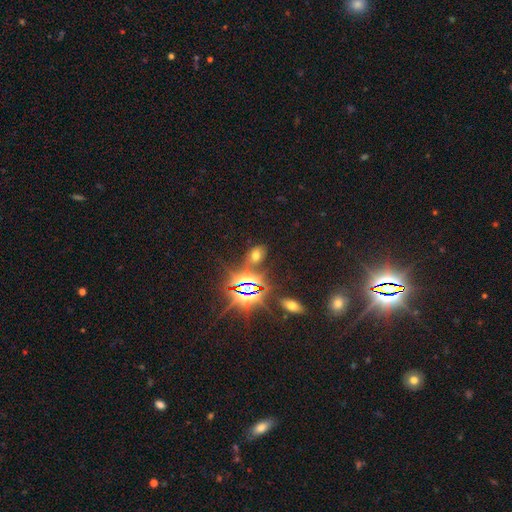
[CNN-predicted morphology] This appears to be a smooth galaxy with no disk features (46%). Merging: none (75%).